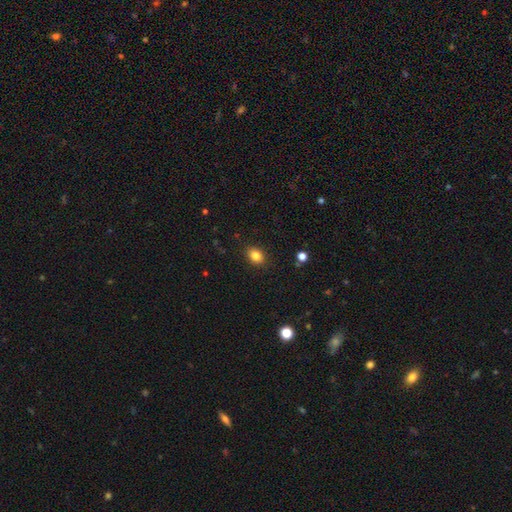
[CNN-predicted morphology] smooth-or-featured: smooth: 84% | star or artifact: 11% | featured or disk: 5%
  how-rounded: in between: 60% | round: 39% | cigar-shaped: 1%
  merging: none: 88% | minor disturbance: 8% | major disturbance: 2% | merger: 1%